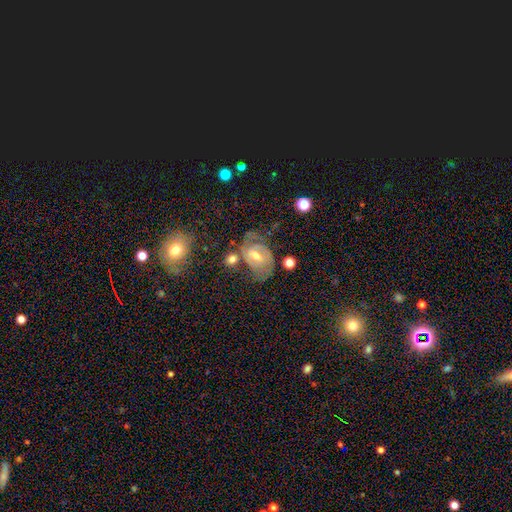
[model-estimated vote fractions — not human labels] Smooth or featured?
  - featured or disk: 69% *
  - smooth: 20%
  - star or artifact: 10%
Edge-on disk?
  - no: 95% *
  - yes: 5%
Bar?
  - weak: 48% *
  - no: 33%
  - strong: 20%
Spiral arms?
  - yes: 79% *
  - no: 21%
Spiral winding?
  - tight: 52% *
  - medium: 36%
  - loose: 12%
Spiral arm count?
  - 2: 54% *
  - can't tell: 29%
  - 1: 8%
  - 3: 5%
  - 4: 2%
  - more than 4: 2%
Bulge size?
  - moderate: 61% *
  - small: 32%
  - large: 5%
  - none: 2%
  - dominant: 1%
Merging?
  - none: 51% *
  - minor disturbance: 22%
  - major disturbance: 17%
  - merger: 10%